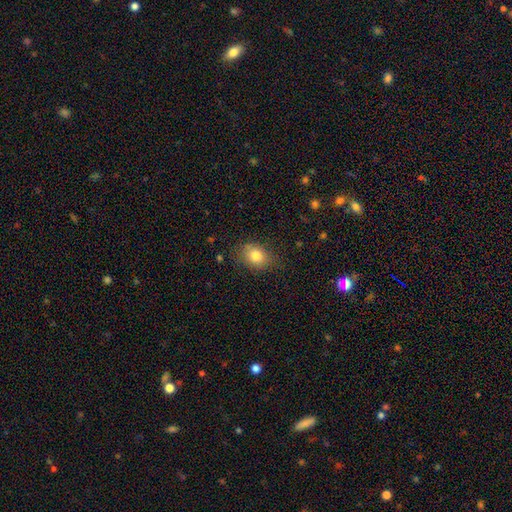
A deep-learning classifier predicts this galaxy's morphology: Smooth or featured: smooth — 81% (star or artifact — 10%)
How rounded: in between — 58% (round — 41%)
Merging: none — 78% (minor disturbance — 17%)